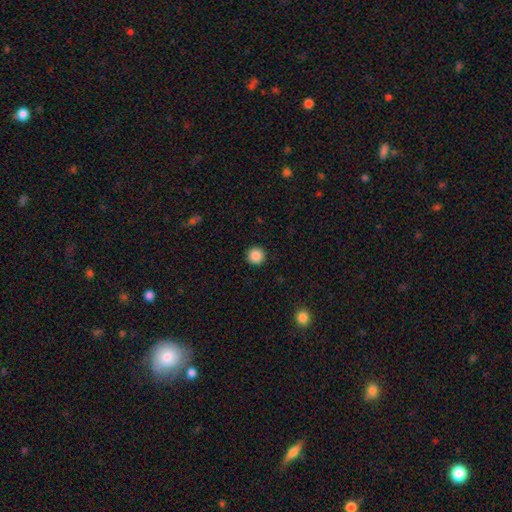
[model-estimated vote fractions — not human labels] Overall: smooth (87%). How rounded: round (96%). Merging: none (93%).